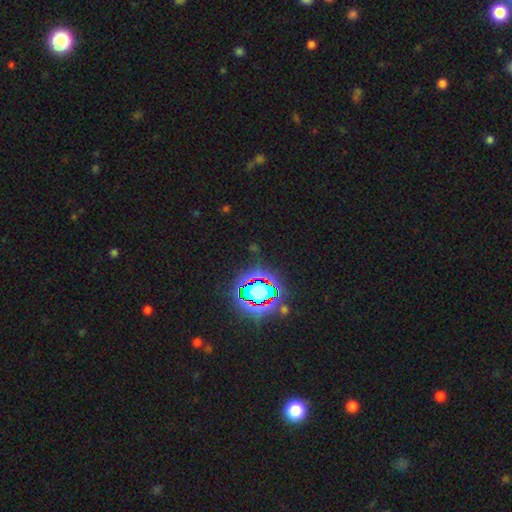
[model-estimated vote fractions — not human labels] smooth_or_featured: star or artifact (p=0.80) [alt: smooth p=0.12]